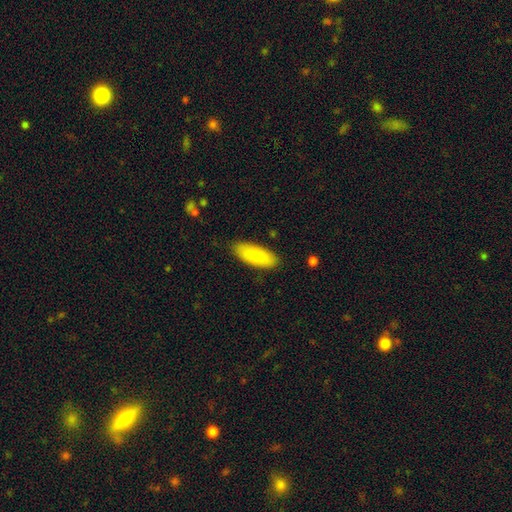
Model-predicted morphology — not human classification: This appears to be a smooth galaxy with no disk features (81%) that is in between round and cigar-shaped (79%). Merging: none (85%).